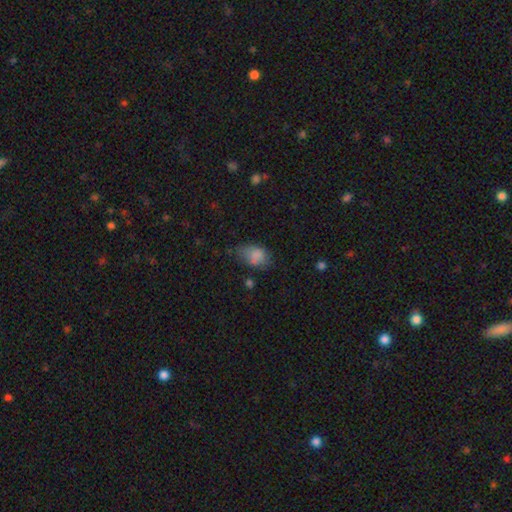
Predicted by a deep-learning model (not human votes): Smooth or featured?
  - smooth: 80% *
  - star or artifact: 10%
  - featured or disk: 10%
How rounded?
  - in between: 83% *
  - round: 15%
  - cigar-shaped: 2%
Merging?
  - none: 47% *
  - minor disturbance: 34%
  - major disturbance: 14%
  - merger: 5%